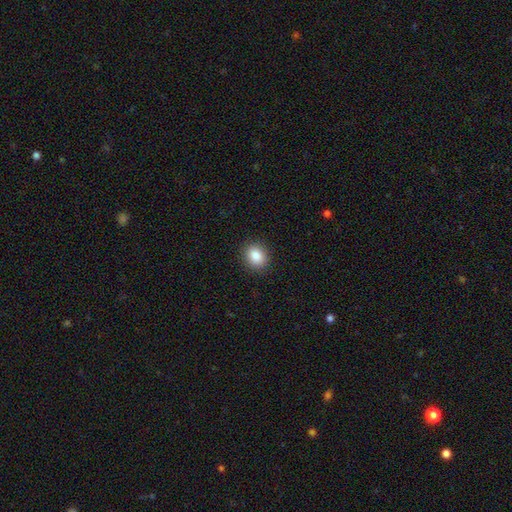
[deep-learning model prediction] A smooth galaxy with no disk features (87%) that is round (59%). Merging: none (90%).